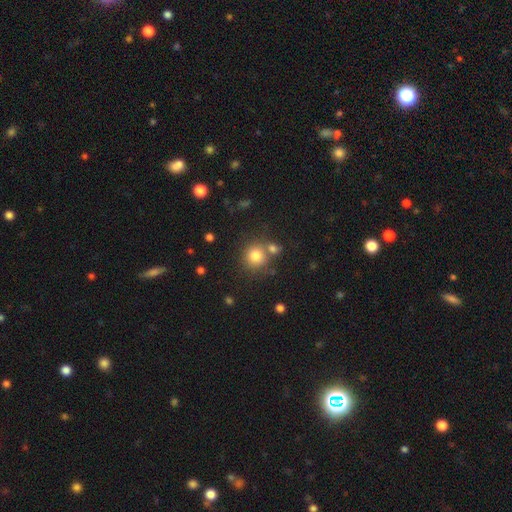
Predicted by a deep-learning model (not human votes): Morphology: type=smooth (79%); roundness=round (90%); merging=none (66%).